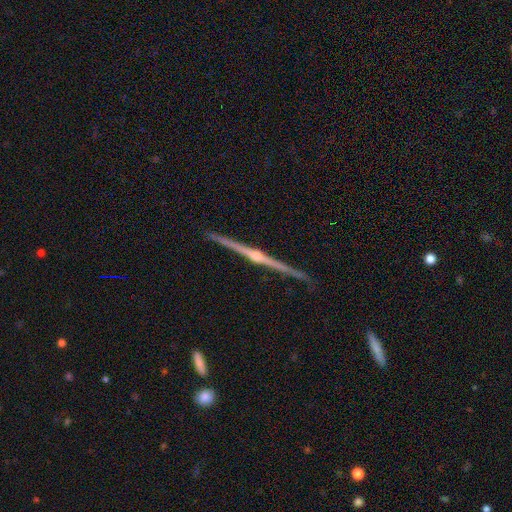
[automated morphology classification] A featured or disk galaxy (89%) viewed edge-on (99%) with a rounded central bulge (91%).

Vote fractions:
- Smooth or featured? featured or disk: 89% / smooth: 6% / star or artifact: 5%
- Edge-on disk? yes: 99% / no: 1%
- Edge-on bulge? rounded: 91% / none: 5% / boxy: 4%
- Merging? none: 90% / minor disturbance: 7% / major disturbance: 1% / merger: 1%